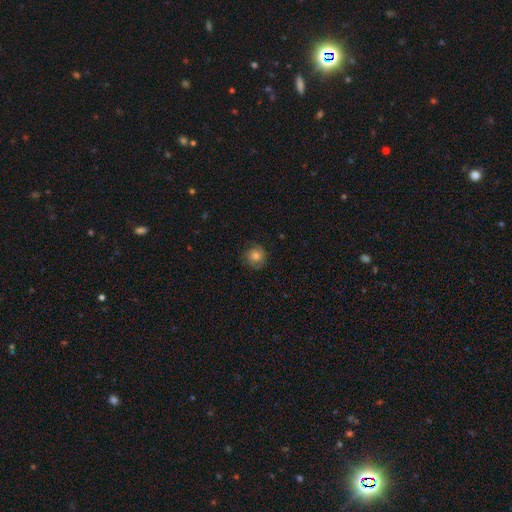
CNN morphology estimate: Overall: smooth (67%). How rounded: round (90%). Merging: none (80%).